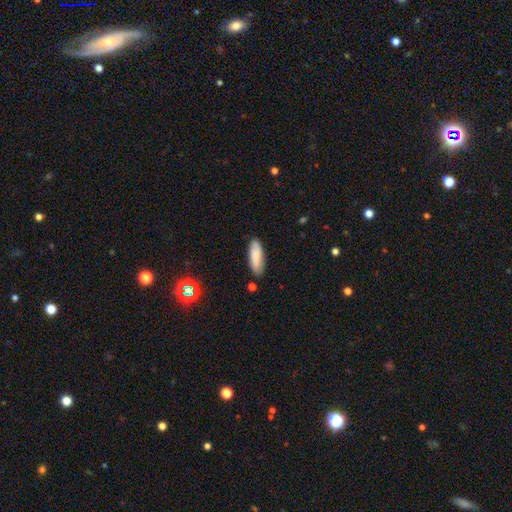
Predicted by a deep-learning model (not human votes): Overall: smooth (84%). How rounded: in between (58%; cigar-shaped 40%). Merging: none (84%).